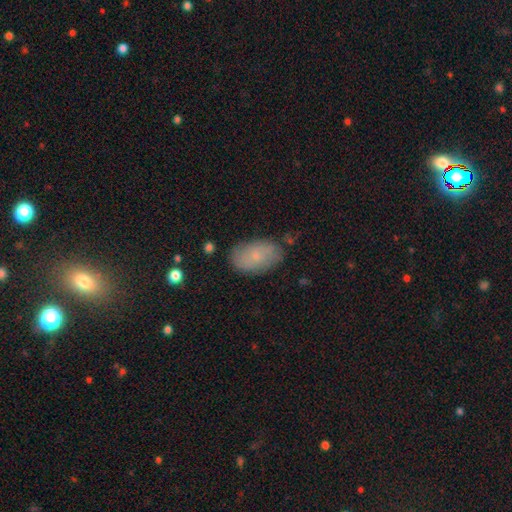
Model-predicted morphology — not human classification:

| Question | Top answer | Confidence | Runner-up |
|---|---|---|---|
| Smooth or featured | smooth | 69% | featured or disk (23%) |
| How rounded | in between | 93% | round (6%) |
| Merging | none | 75% | minor disturbance (18%) |